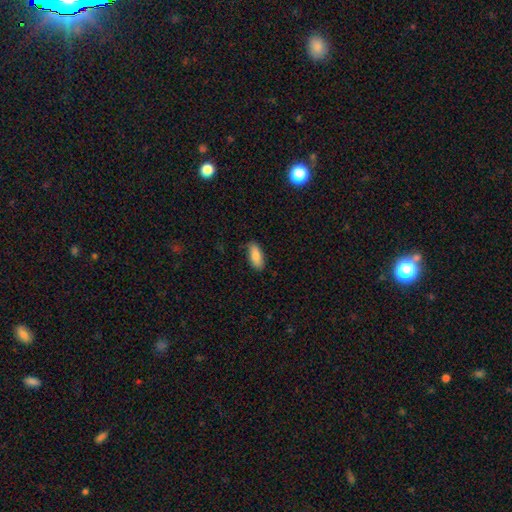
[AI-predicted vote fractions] Overall: smooth (85%). How rounded: in between (82%). Merging: none (82%).